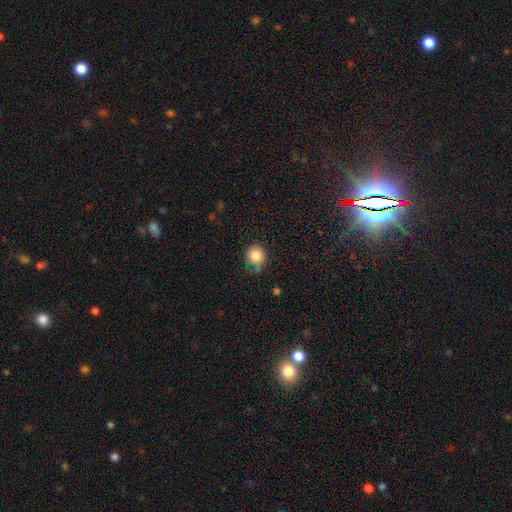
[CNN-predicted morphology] Smooth or featured?
  - smooth: 83% *
  - star or artifact: 10%
  - featured or disk: 7%
How rounded?
  - round: 85% *
  - in between: 14%
  - cigar-shaped: 1%
Merging?
  - none: 65% *
  - minor disturbance: 25%
  - major disturbance: 7%
  - merger: 3%